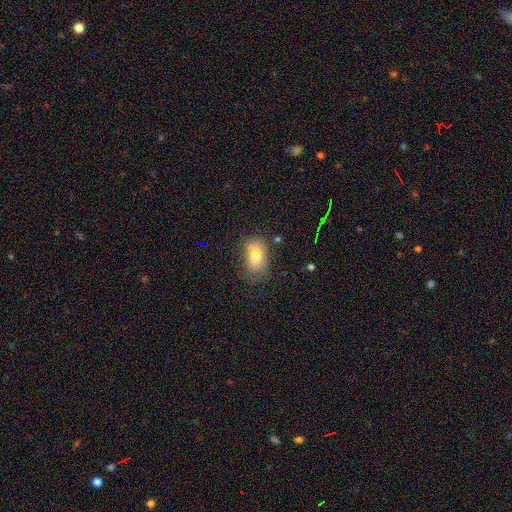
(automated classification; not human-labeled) Q: Smooth or featured?
A: smooth (69%); runner-up: featured or disk (18%)
Q: How rounded?
A: in between (74%); runner-up: round (24%)
Q: Merging?
A: none (52%); runner-up: minor disturbance (21%)